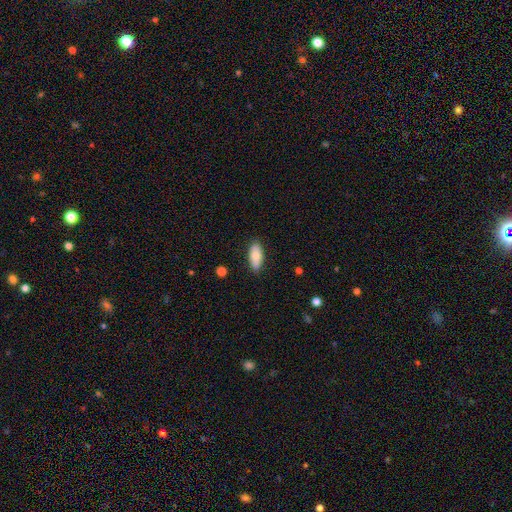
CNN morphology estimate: A smooth galaxy with no disk features (77%) that is in between round and cigar-shaped (85%).

Vote fractions:
- Smooth or featured? smooth: 77% / featured or disk: 17% / star or artifact: 6%
- How rounded? in between: 85% / cigar-shaped: 13% / round: 3%
- Merging? none: 85% / minor disturbance: 12% / major disturbance: 2% / merger: 1%